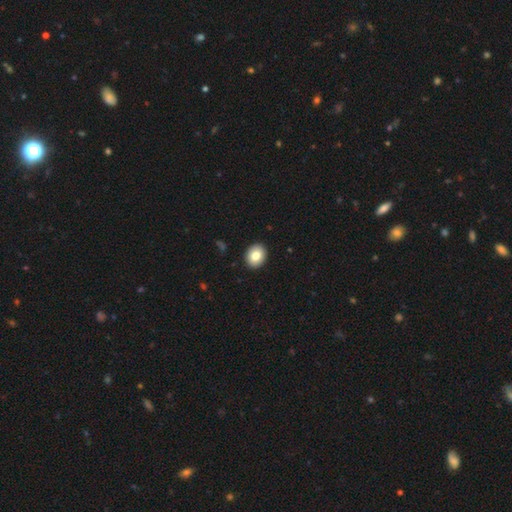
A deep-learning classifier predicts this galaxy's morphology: smooth_or_featured: smooth (p=0.81) [alt: featured or disk p=0.11]
how_rounded: in between (p=0.53) [alt: round p=0.46]
merging: none (p=0.92) [alt: minor disturbance p=0.06]